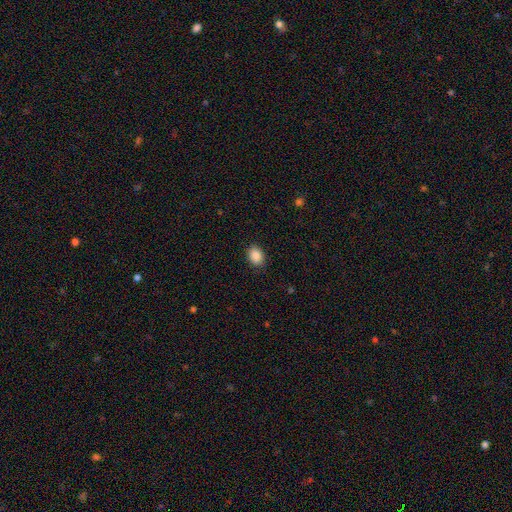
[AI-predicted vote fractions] Morphology: type=smooth (89%); roundness=in between (62%); merging=none (89%).